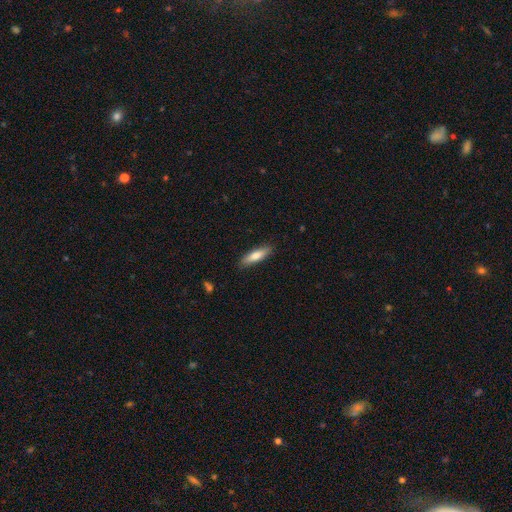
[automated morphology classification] smooth 73%, featured or disk 21%, star or artifact 6%. Down the decision tree: how rounded — cigar-shaped (66%); merging — none (88%).